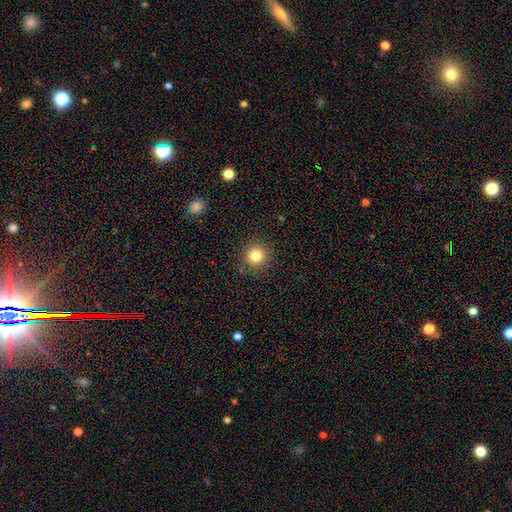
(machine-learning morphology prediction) This appears to be a smooth galaxy with no disk features (82%) that is round (94%). Merging: none (89%).